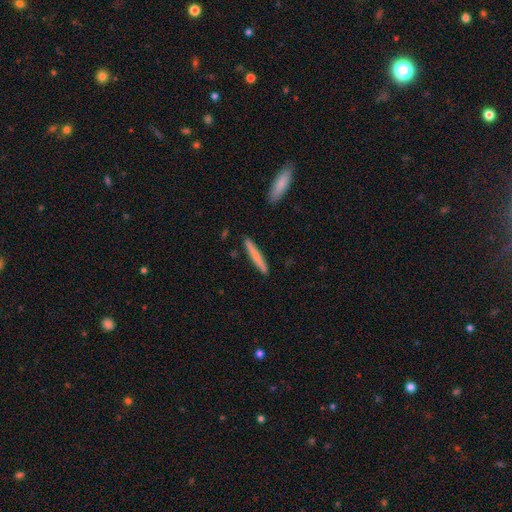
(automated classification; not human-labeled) This appears to be a smooth galaxy with no disk features (66%) that is cigar-shaped (96%). Merging: none (91%).